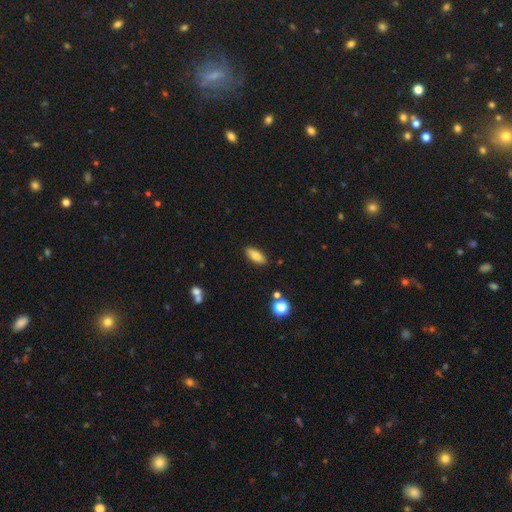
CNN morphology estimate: Q: Smooth or featured?
A: smooth (80%); runner-up: featured or disk (12%)
Q: How rounded?
A: in between (78%); runner-up: cigar-shaped (19%)
Q: Merging?
A: none (87%); runner-up: minor disturbance (9%)